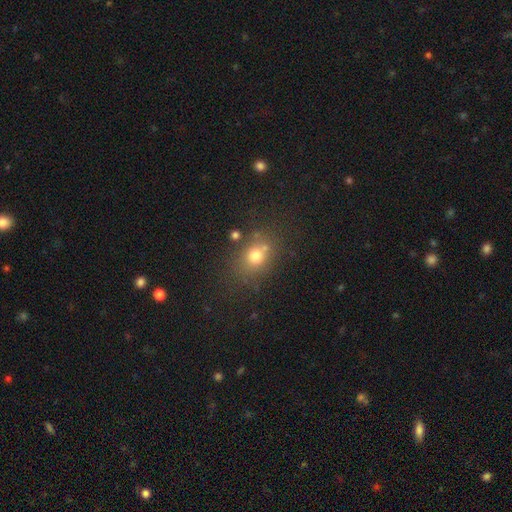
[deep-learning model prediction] Overall: smooth (71%). How rounded: round (59%; in between 40%). Merging: none (66%).